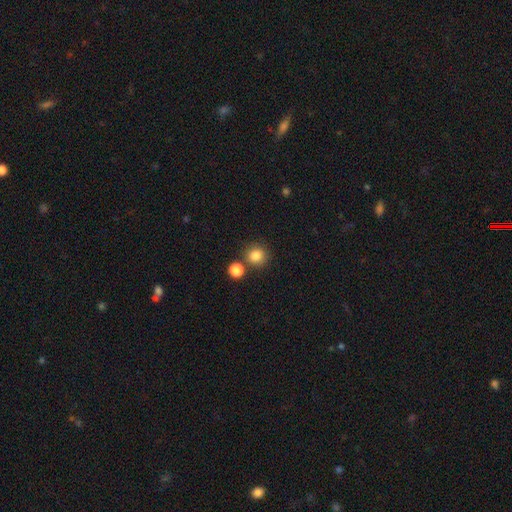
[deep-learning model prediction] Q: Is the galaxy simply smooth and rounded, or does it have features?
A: smooth — 83%.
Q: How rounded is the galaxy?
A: round — 89%.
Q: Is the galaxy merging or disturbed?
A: none — 76%.